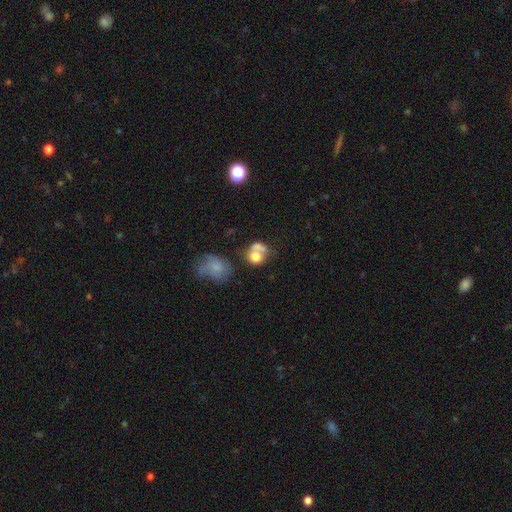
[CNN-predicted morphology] This is likely a smooth galaxy (69%). How rounded: likely round (64%). Merging: possibly merger (48%).